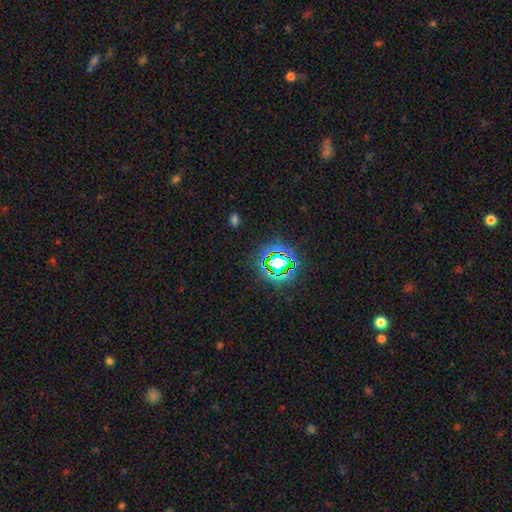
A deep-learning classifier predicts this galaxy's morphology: smooth_or_featured: star or artifact (p=0.75) [alt: smooth p=0.17]